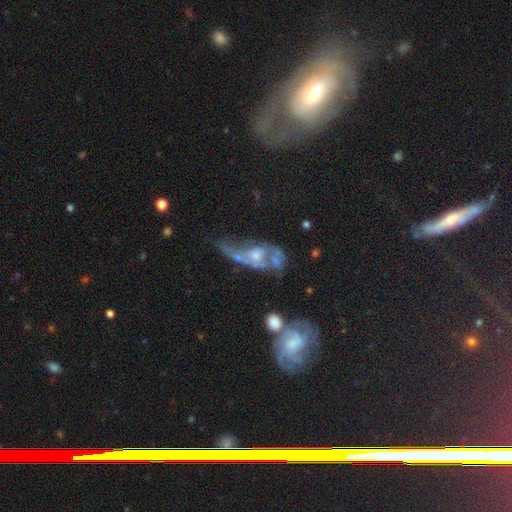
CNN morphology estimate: Smooth or featured? Predicted: featured or disk (p=0.63). Edge-on disk? Predicted: no (p=0.87). Bar? Predicted: no (p=0.75). Spiral arms? Predicted: yes (p=0.53). Bulge size? Predicted: moderate (p=0.41). Merging? Predicted: major disturbance (p=0.33).